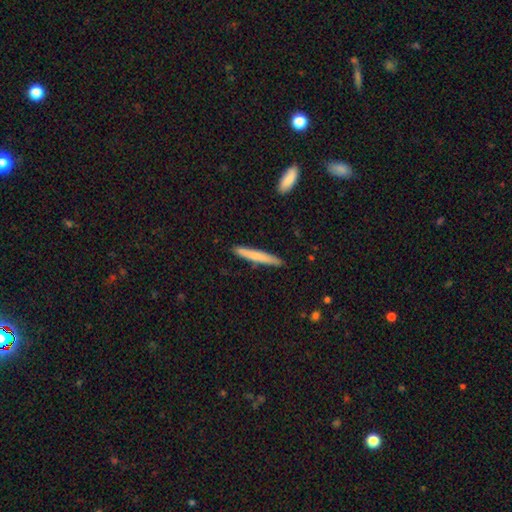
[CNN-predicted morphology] The model was most divided on "smooth or featured": smooth: 68%, featured or disk: 26%, star or artifact: 5%. More confident: how rounded — cigar-shaped (95%); merging — none (89%).